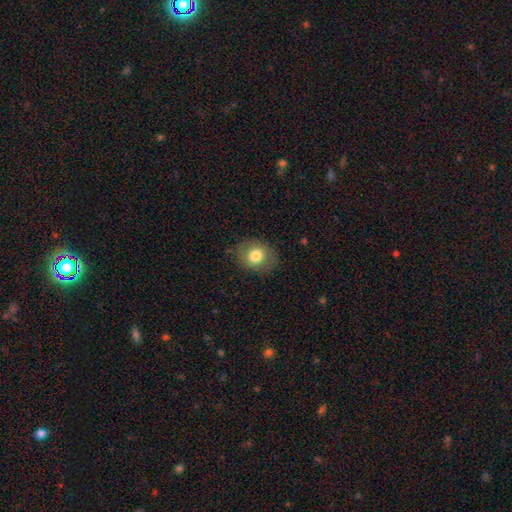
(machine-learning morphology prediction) This appears to be a smooth galaxy with no disk features (76%) that is round (50%). Merging: none (82%).